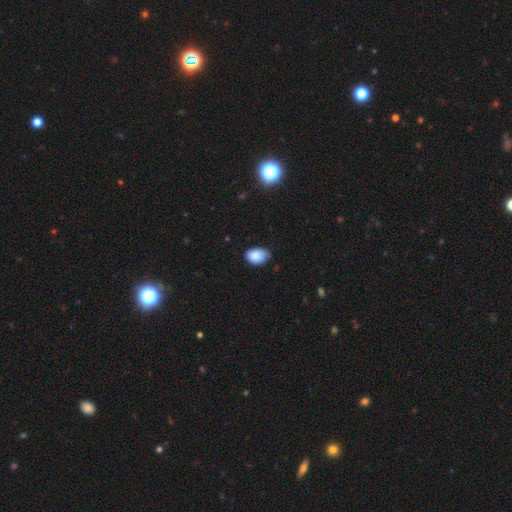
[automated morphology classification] Overall: smooth (85%). How rounded: in between (84%). Merging: none (57%; minor disturbance 37%).